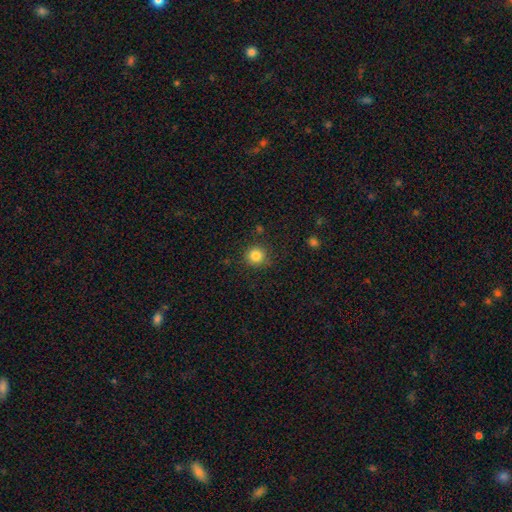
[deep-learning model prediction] Smooth or featured?
  - smooth: 84% *
  - star or artifact: 11%
  - featured or disk: 5%
How rounded?
  - round: 93% *
  - in between: 6%
  - cigar-shaped: 1%
Merging?
  - none: 87% *
  - minor disturbance: 8%
  - major disturbance: 3%
  - merger: 2%